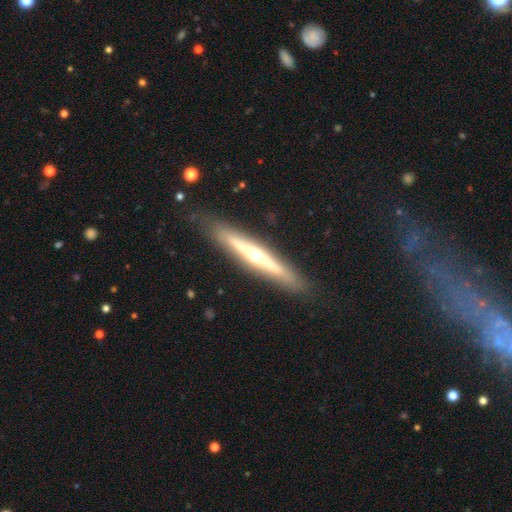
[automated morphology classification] smooth-or-featured: featured or disk: 66% | smooth: 28% | star or artifact: 6%
  disk-edge-on: yes: 90% | no: 10%
    edge-on-bulge: rounded: 83% | none: 14% | boxy: 4%
  merging: none: 84% | minor disturbance: 12% | major disturbance: 3% | merger: 1%